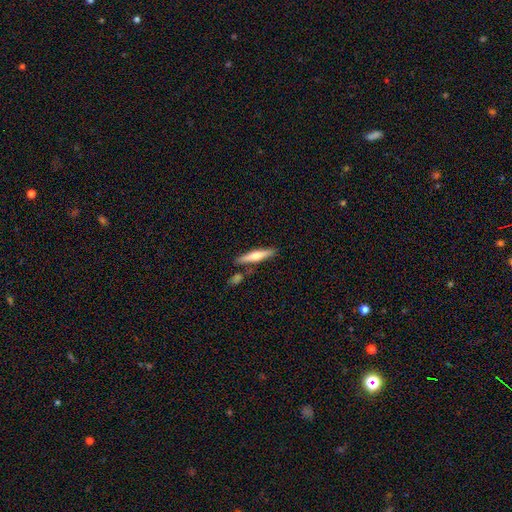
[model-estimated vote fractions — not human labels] This is possibly a smooth galaxy (48%). Merging: likely none (79%).